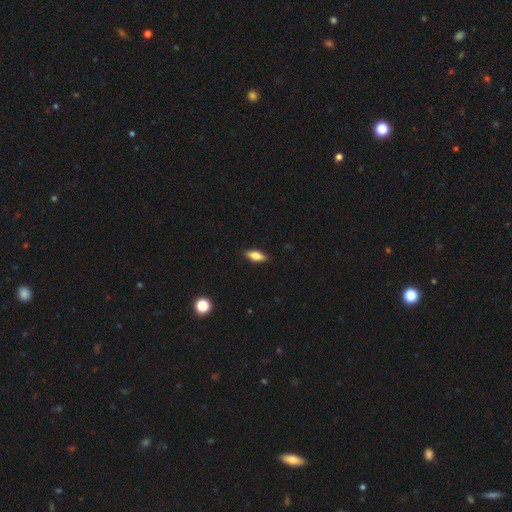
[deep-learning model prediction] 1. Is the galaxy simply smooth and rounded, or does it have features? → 74% smooth, 19% featured or disk, 7% star or artifact.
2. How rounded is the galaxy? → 76% in between, 21% cigar-shaped, 3% round.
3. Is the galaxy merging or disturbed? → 88% none, 9% minor disturbance, 2% major disturbance, 1% merger.